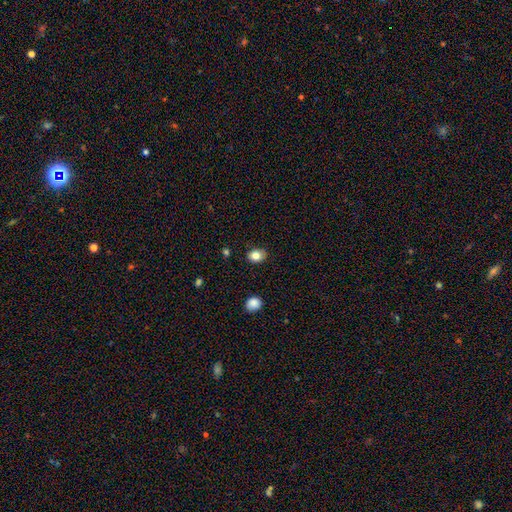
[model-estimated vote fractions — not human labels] A smooth galaxy with no disk features (81%) that is in between round and cigar-shaped (55%).

Vote fractions:
- Smooth or featured? smooth: 81% / star or artifact: 10% / featured or disk: 9%
- How rounded? in between: 55% / round: 45% / cigar-shaped: 1%
- Merging? none: 84% / minor disturbance: 13% / major disturbance: 3% / merger: 1%